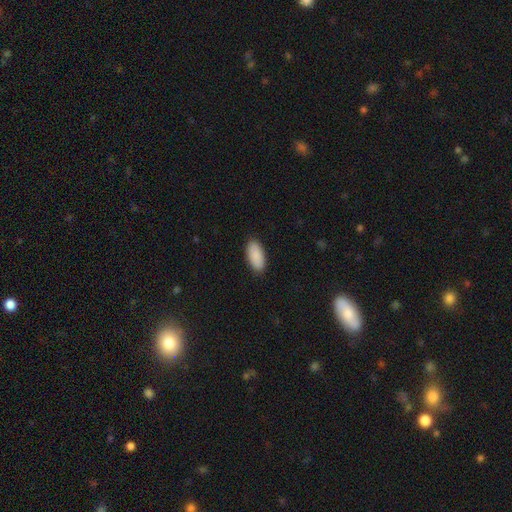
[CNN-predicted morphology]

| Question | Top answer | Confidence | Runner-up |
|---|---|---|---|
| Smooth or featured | smooth | 91% | star or artifact (6%) |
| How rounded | in between | 91% | cigar-shaped (7%) |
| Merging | none | 89% | minor disturbance (8%) |